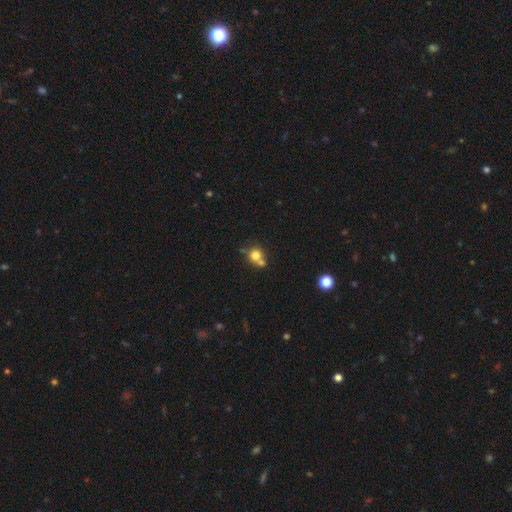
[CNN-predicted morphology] A smooth galaxy with no disk features (73%) that is round (85%).

Vote fractions:
- Smooth or featured? smooth: 73% / featured or disk: 14% / star or artifact: 13%
- How rounded? round: 85% / in between: 14% / cigar-shaped: 1%
- Merging? none: 48% / merger: 39% / minor disturbance: 9% / major disturbance: 4%